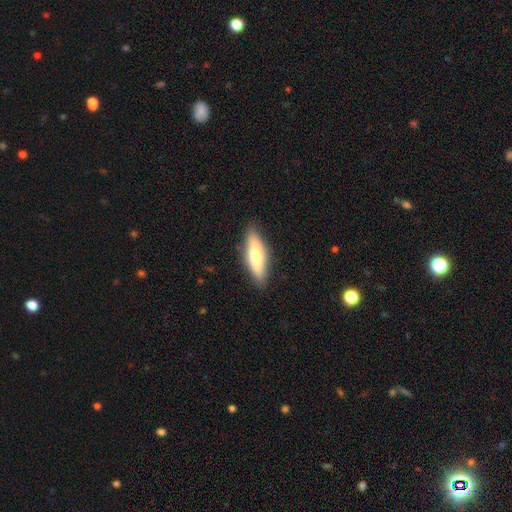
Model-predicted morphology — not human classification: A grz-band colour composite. It shows a smooth galaxy with no disk features (64%) that is cigar-shaped (49%, tied with in between). Merging: none (83%).